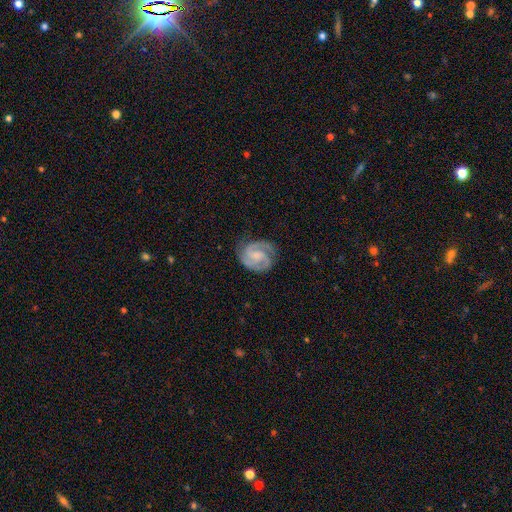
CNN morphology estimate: featured or disk 87%, smooth 8%, star or artifact 5%. Down the decision tree: edge-on disk — no (98%); bar — no (50%); spiral arms — yes (98%); spiral arm count — 2 (57%); spiral winding — tight (48%); bulge size — small (37%); merging — none (78%).